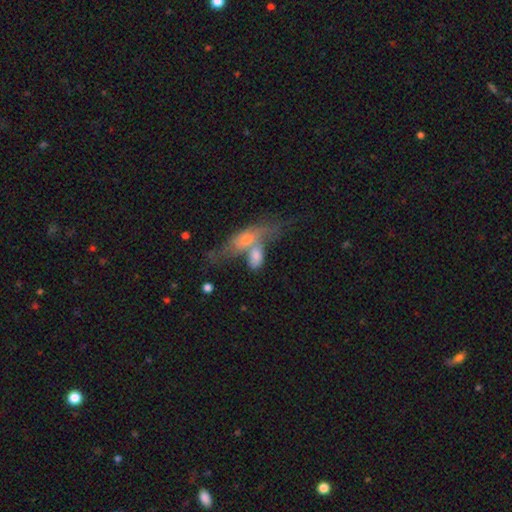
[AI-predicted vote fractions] This is likely a smooth galaxy (61%). How rounded: likely in between (80%). Merging: likely merger (63%).